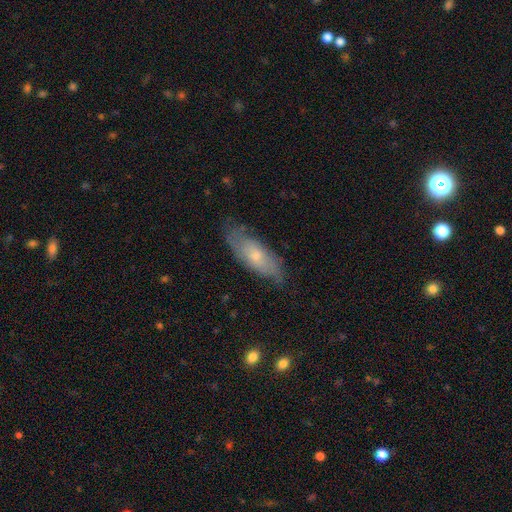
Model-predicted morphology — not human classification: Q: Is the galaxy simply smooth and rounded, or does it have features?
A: featured or disk — 48%.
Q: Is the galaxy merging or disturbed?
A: none — 68%.